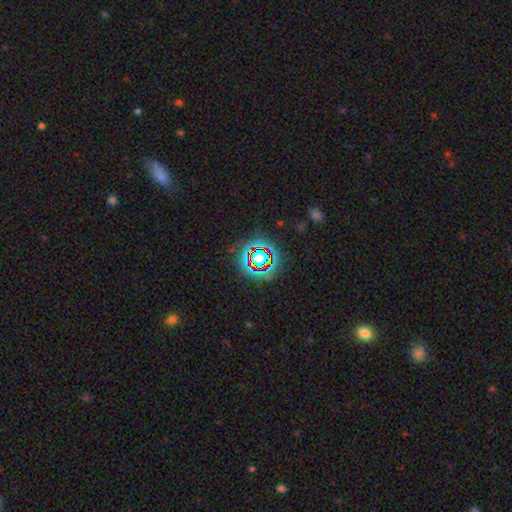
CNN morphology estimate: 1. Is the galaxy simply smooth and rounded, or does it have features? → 68% star or artifact, 18% smooth, 14% featured or disk.